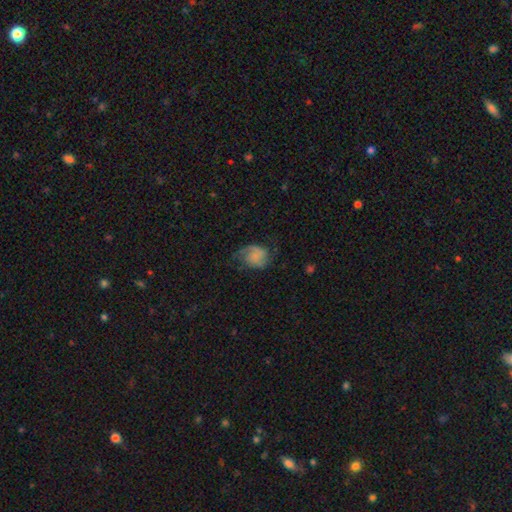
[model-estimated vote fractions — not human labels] Morphology: type=featured or disk (52%); edge-on=no (98%); bar=no (71%); spiral arms=yes (89%); bulge=none (54%); merging=none (54%).